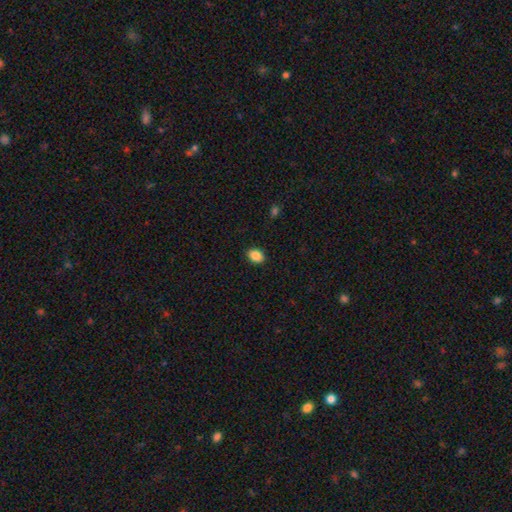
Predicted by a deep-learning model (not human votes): smooth 88%, star or artifact 9%, featured or disk 4%. Down the decision tree: how rounded — in between (71%); merging — none (90%).